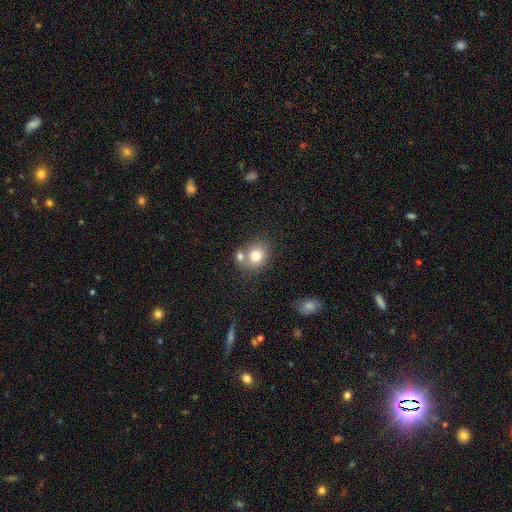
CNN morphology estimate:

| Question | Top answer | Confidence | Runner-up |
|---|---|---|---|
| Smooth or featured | smooth | 78% | featured or disk (11%) |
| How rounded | round | 71% | in between (28%) |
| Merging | none | 54% | merger (33%) |